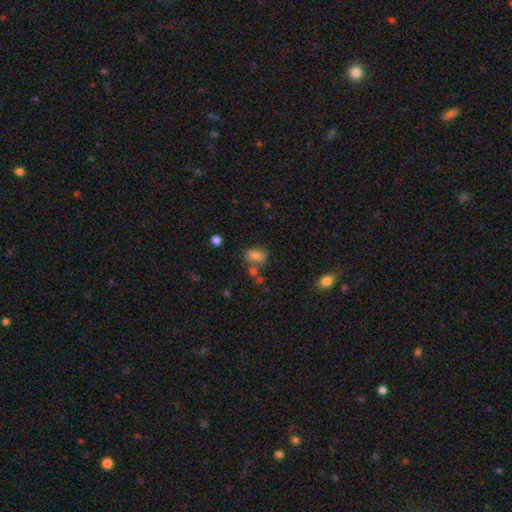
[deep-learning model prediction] This appears to be a smooth galaxy with no disk features (77%) that is in between round and cigar-shaped (74%). Merging: none (59%).